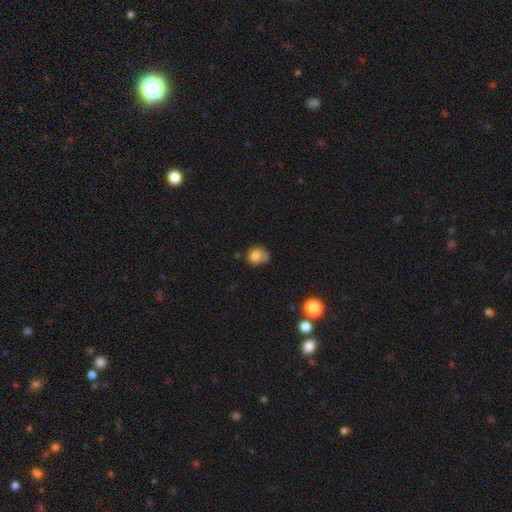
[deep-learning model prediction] Smooth or featured: smooth — 77% (featured or disk — 12%)
How rounded: round — 62% (in between — 37%)
Merging: none — 39% (minor disturbance — 37%)